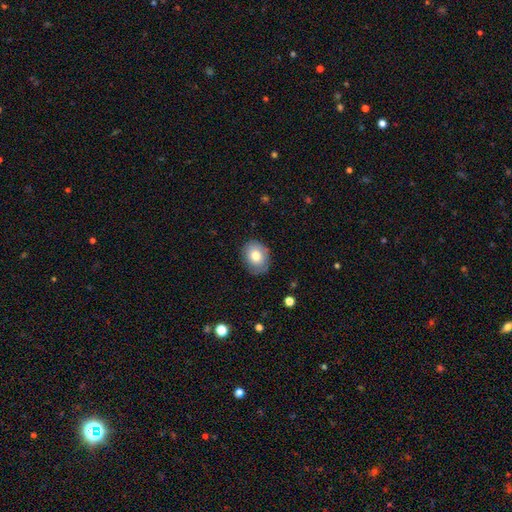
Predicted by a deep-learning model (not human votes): smooth_or_featured: smooth (p=0.74) [alt: featured or disk p=0.18]
how_rounded: in between (p=0.55) [alt: round p=0.44]
merging: none (p=0.79) [alt: minor disturbance p=0.16]